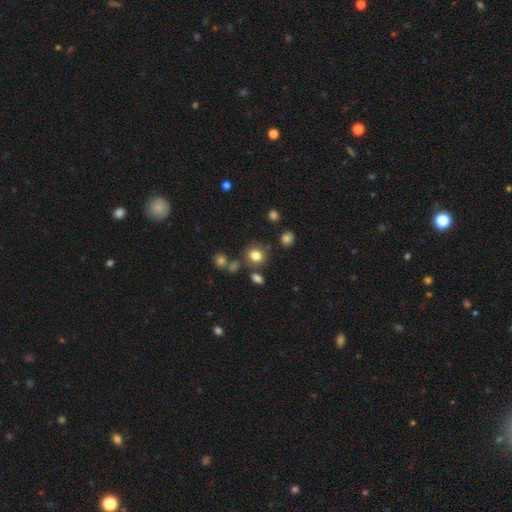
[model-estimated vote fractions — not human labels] This appears to be a smooth galaxy with no disk features (80%) that is round (81%). Merging: none (76%).